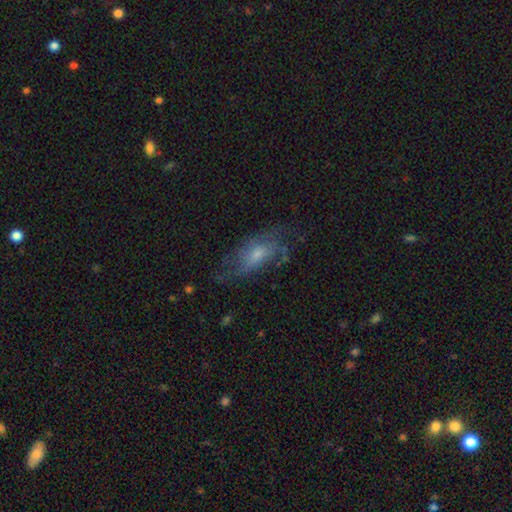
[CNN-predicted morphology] Smooth or featured? featured or disk (57%)
Edge-on disk? no (89%)
Bar? no (65%)
Spiral arms? yes (71%)
Bulge size? moderate (44%)
Merging? none (50%)